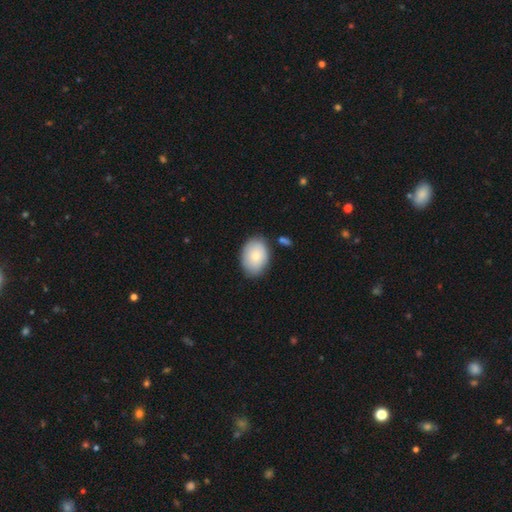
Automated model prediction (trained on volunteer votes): Smooth or featured? smooth (81%)
How rounded? in between (77%)
Merging? none (80%)